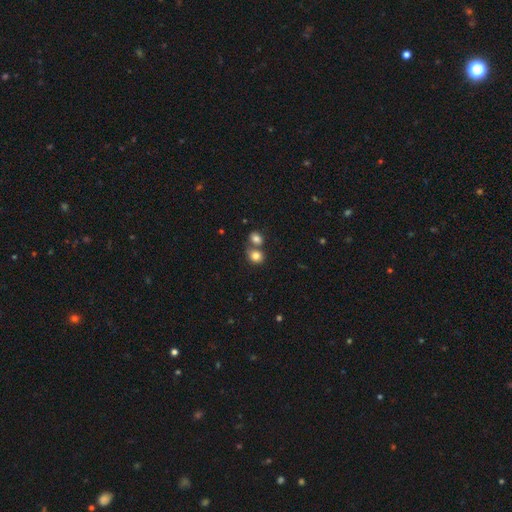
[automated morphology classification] A smooth galaxy with no disk features (81%) that is round (67%).

Vote fractions:
- Smooth or featured? smooth: 81% / star or artifact: 10% / featured or disk: 8%
- How rounded? round: 67% / in between: 32% / cigar-shaped: 1%
- Merging? none: 44% (tied) / merger: 44% (tied) / minor disturbance: 9% / major disturbance: 3%